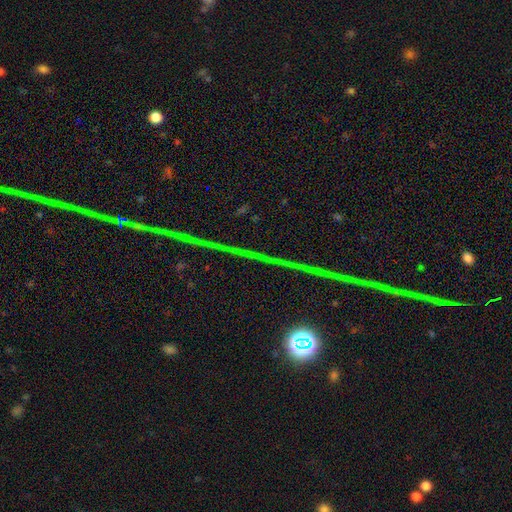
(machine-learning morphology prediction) Smooth or featured: star or artifact — 83% (featured or disk — 10%)